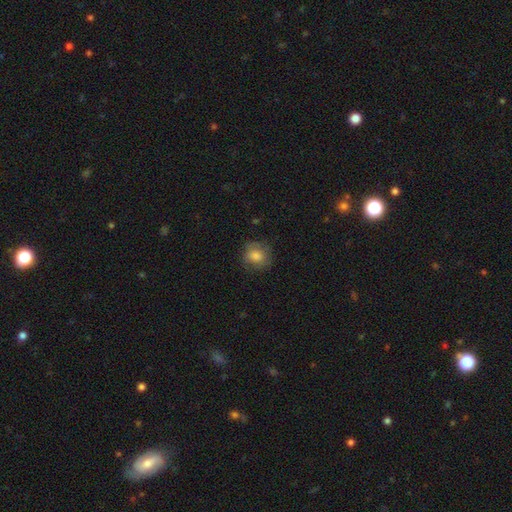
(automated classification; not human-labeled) Overall: smooth (76%). How rounded: round (75%). Merging: none (72%).